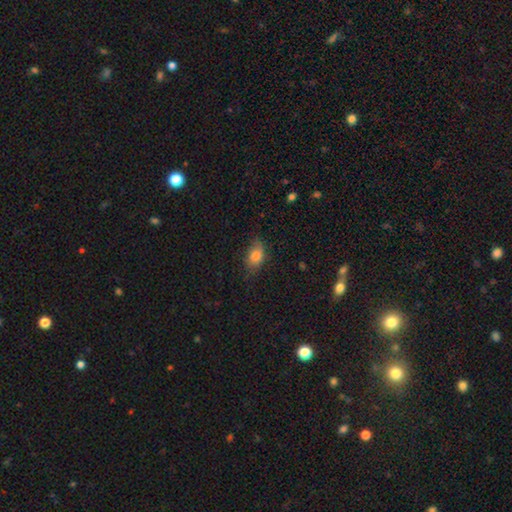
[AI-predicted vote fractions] smooth-or-featured: smooth: 80% | featured or disk: 11% | star or artifact: 9%
  how-rounded: in between: 82% | round: 14% | cigar-shaped: 3%
  merging: none: 68% | minor disturbance: 25% | major disturbance: 6% | merger: 1%